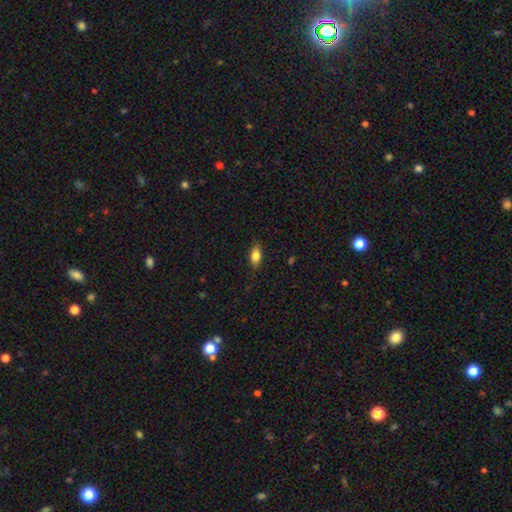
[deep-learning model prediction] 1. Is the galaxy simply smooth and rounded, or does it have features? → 81% smooth, 11% featured or disk, 8% star or artifact.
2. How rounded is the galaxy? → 85% in between, 8% cigar-shaped, 6% round.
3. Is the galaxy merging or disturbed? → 83% none, 13% minor disturbance, 3% major disturbance, 1% merger.